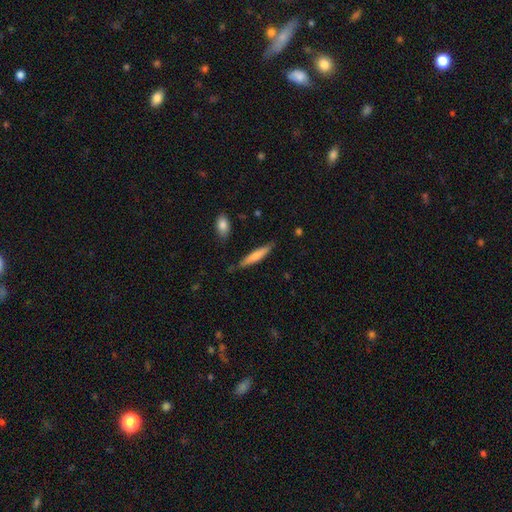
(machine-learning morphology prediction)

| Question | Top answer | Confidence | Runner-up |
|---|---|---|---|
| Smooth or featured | smooth | 67% | featured or disk (27%) |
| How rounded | cigar-shaped | 88% | in between (11%) |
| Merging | none | 80% | minor disturbance (15%) |